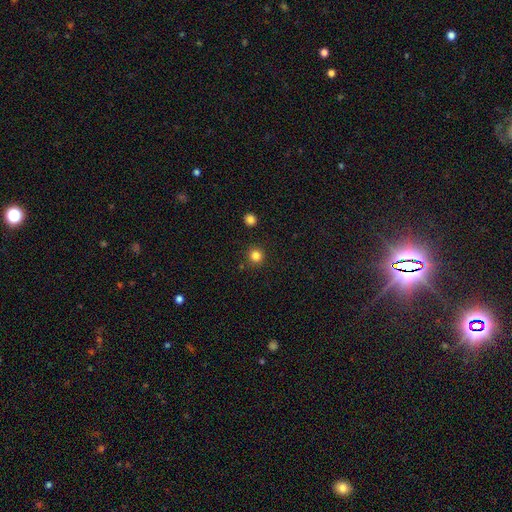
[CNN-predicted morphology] The model was most divided on "smooth or featured": smooth: 82%, star or artifact: 13%, featured or disk: 4%. More confident: how rounded — round (94%); merging — none (89%).